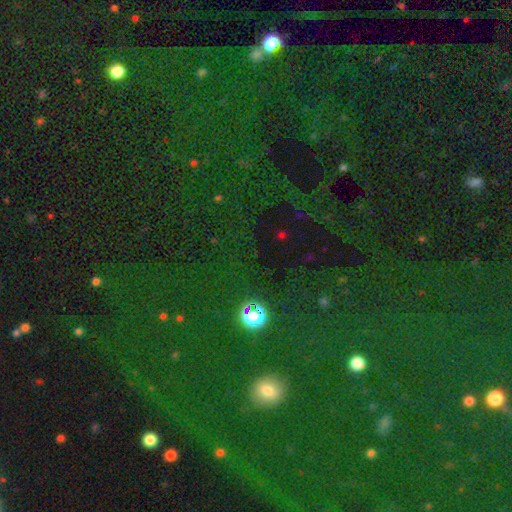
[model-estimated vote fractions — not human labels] smooth_or_featured: star or artifact (p=0.69) [alt: smooth p=0.23]